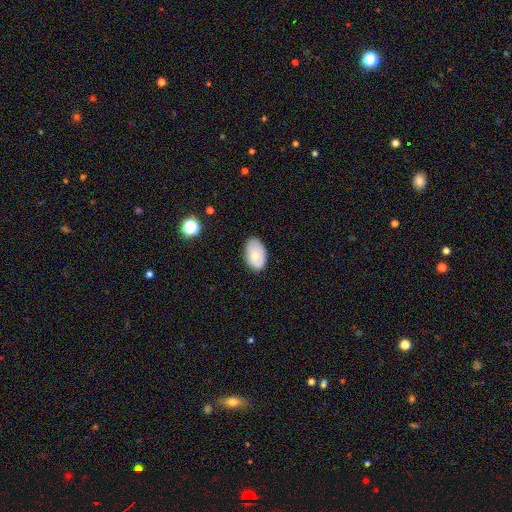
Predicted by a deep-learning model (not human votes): Smooth or featured: smooth — 73% (featured or disk — 20%)
How rounded: in between — 92% (round — 7%)
Merging: none — 82% (minor disturbance — 15%)